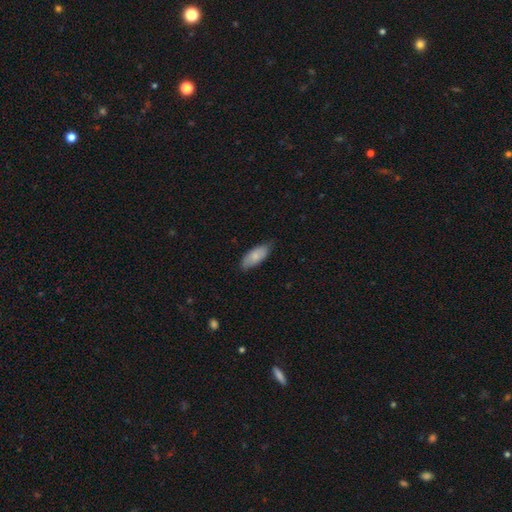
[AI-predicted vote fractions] Morphology: type=smooth (80%); roundness=in between (85%); merging=none (74%).